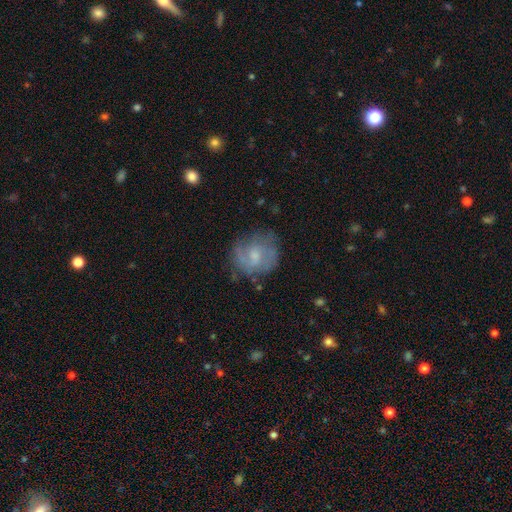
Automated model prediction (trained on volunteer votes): smooth-or-featured: featured or disk: 57% | smooth: 35% | star or artifact: 8%
  disk-edge-on: no: 98% | yes: 2%
    bar: no: 52% | weak: 42% | strong: 6%
    has-spiral-arms: yes: 75% | no: 25%
    bulge-size: small: 45% | moderate: 39% | none: 12% | large: 3% | dominant: 1%
  merging: none: 65% | minor disturbance: 21% | major disturbance: 12% | merger: 2%